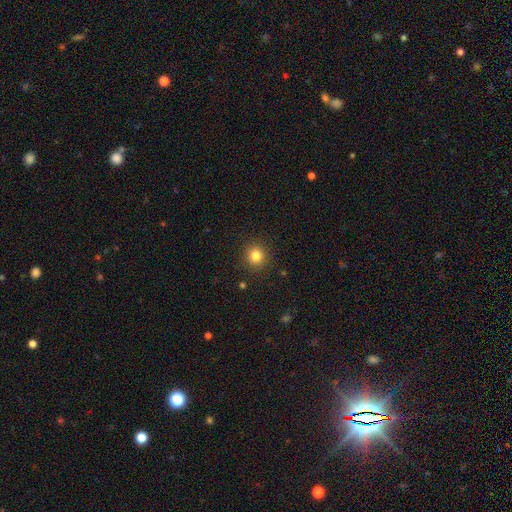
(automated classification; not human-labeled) A smooth galaxy with no disk features (82%) that is round (91%).

Vote fractions:
- Smooth or featured? smooth: 82% / star or artifact: 13% / featured or disk: 6%
- How rounded? round: 91% / in between: 8% / cigar-shaped: 1%
- Merging? none: 91% / minor disturbance: 6% / major disturbance: 2% / merger: 1%